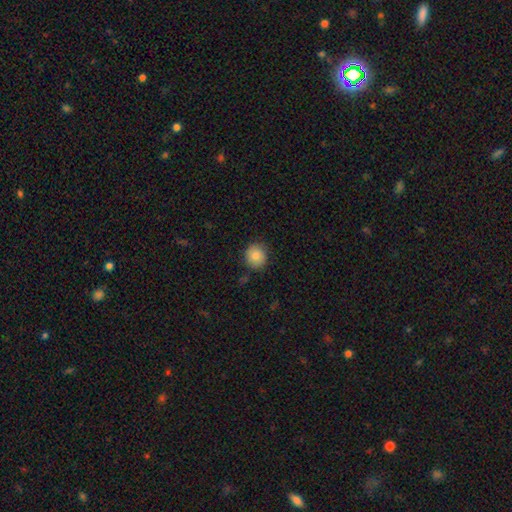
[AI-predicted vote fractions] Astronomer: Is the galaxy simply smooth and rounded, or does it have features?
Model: smooth — 86%.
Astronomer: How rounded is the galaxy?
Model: round — 86%.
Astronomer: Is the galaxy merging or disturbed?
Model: none — 85%.